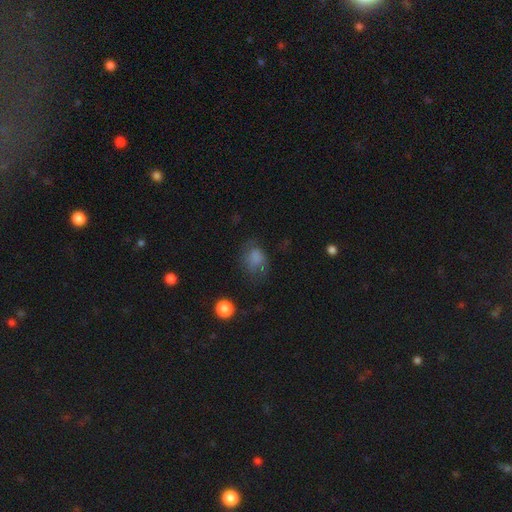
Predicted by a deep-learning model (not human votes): smooth-or-featured: smooth: 65% | featured or disk: 18% | star or artifact: 17%
  how-rounded: in between: 58% | round: 41% | cigar-shaped: 1%
  merging: none: 57% | minor disturbance: 25% | major disturbance: 16% | merger: 2%